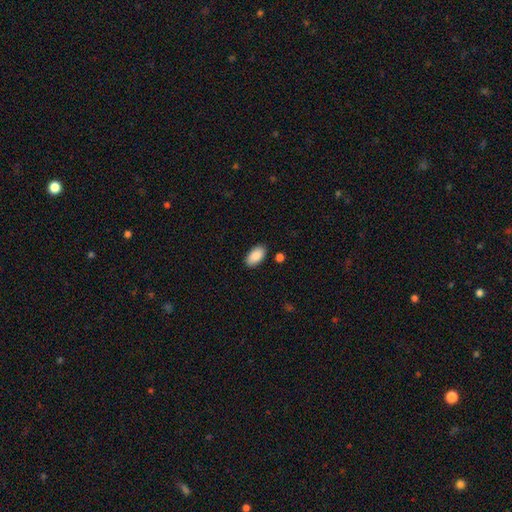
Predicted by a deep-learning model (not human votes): smooth-or-featured: smooth: 88% | star or artifact: 6% | featured or disk: 5%
  how-rounded: in between: 95% | round: 3% | cigar-shaped: 2%
  merging: none: 87% | minor disturbance: 9% | merger: 2% | major disturbance: 2%